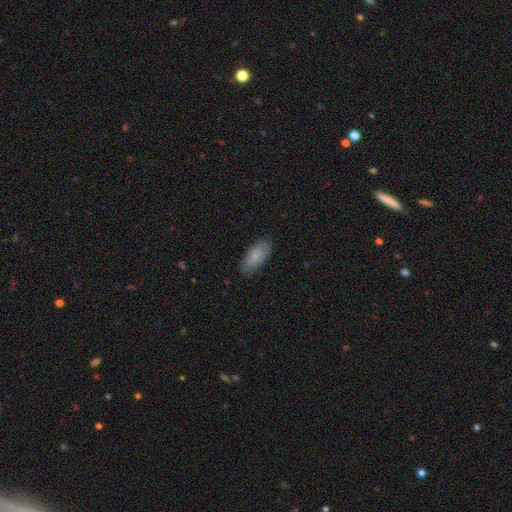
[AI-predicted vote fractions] smooth-or-featured: smooth: 79% | featured or disk: 15% | star or artifact: 6%
  how-rounded: in between: 87% | cigar-shaped: 11% | round: 2%
  merging: none: 82% | minor disturbance: 14% | major disturbance: 3% | merger: 1%